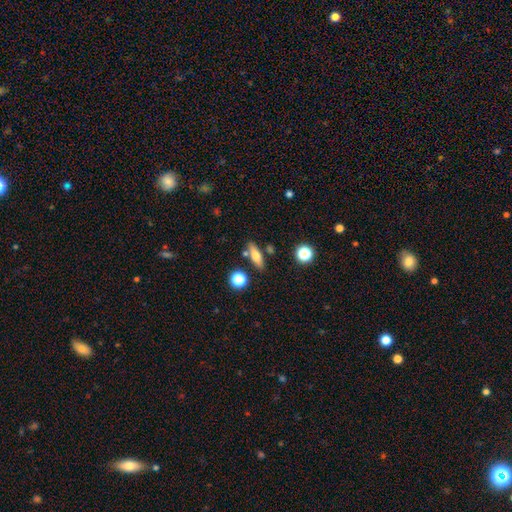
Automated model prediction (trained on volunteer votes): smooth-or-featured: smooth: 63% | featured or disk: 28% | star or artifact: 9%
  how-rounded: in between: 48% | cigar-shaped: 45% | round: 7%
  merging: none: 78% | minor disturbance: 11% | merger: 8% | major disturbance: 3%